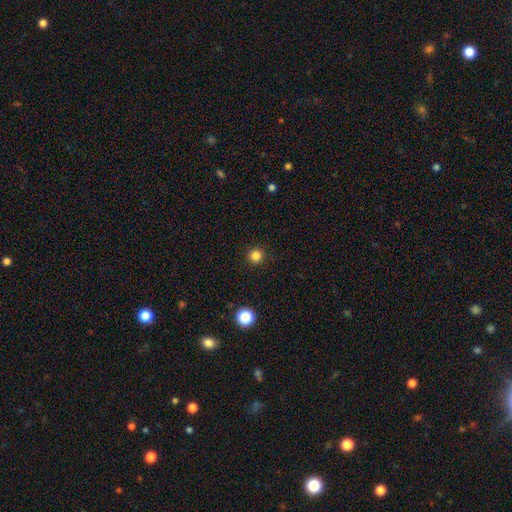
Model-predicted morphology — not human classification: This appears to be a smooth galaxy with no disk features (82%) that is round (96%). Merging: none (92%).